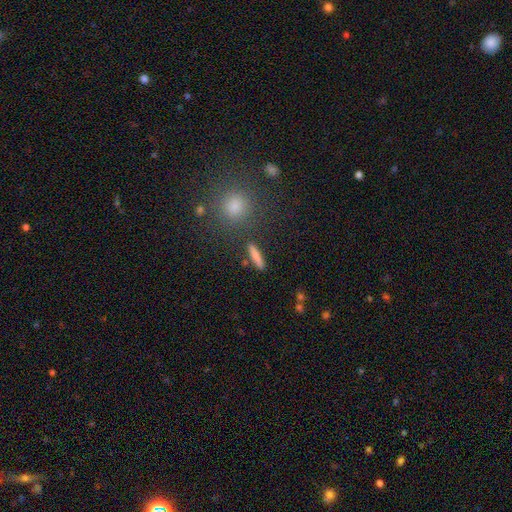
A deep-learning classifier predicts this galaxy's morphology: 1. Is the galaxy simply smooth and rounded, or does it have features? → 79% smooth, 12% featured or disk, 9% star or artifact.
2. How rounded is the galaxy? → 84% cigar-shaped, 12% in between, 4% round.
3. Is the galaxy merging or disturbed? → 86% none, 8% minor disturbance, 3% merger, 3% major disturbance.